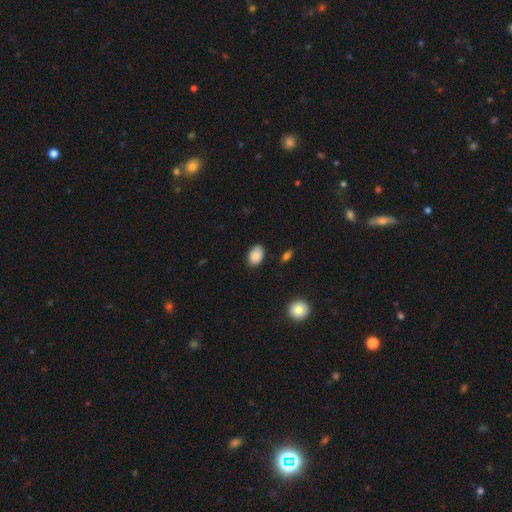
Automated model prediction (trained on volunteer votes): Smooth or featured?
  - smooth: 88% *
  - star or artifact: 7%
  - featured or disk: 5%
How rounded?
  - in between: 84% *
  - round: 15%
  - cigar-shaped: 1%
Merging?
  - none: 82% *
  - minor disturbance: 14%
  - major disturbance: 3%
  - merger: 2%